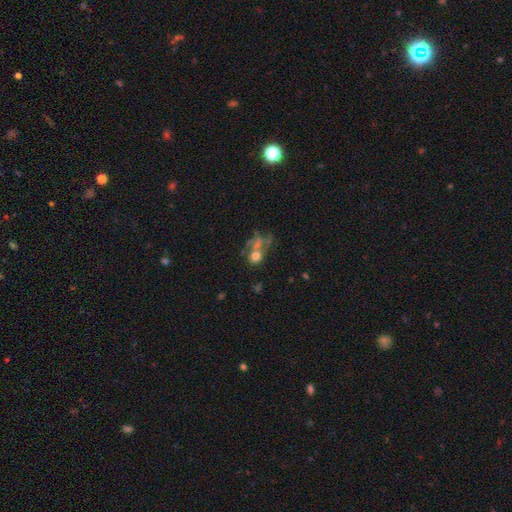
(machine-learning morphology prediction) smooth-or-featured: smooth: 53% | featured or disk: 29% | star or artifact: 18%
  how-rounded: round: 53% | in between: 45% | cigar-shaped: 2%
  merging: none: 31% | merger: 30% | major disturbance: 25% | minor disturbance: 14%